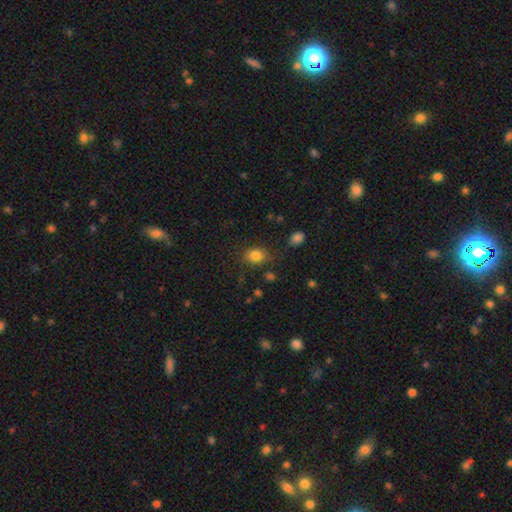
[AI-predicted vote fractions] smooth_or_featured: smooth (p=0.82) [alt: star or artifact p=0.11]
how_rounded: round (p=0.50) [alt: in between p=0.49]
merging: none (p=0.78) [alt: minor disturbance p=0.15]